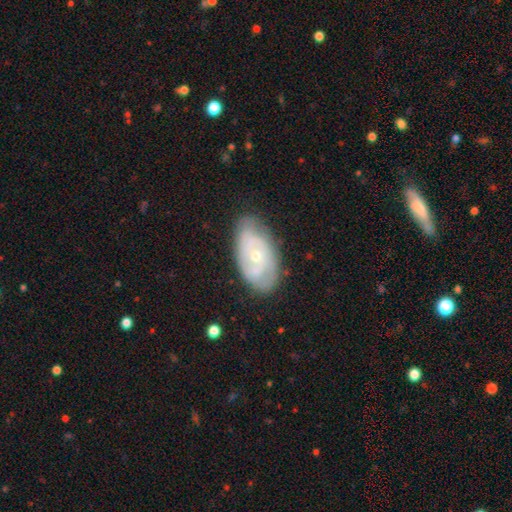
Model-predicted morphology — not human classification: This is likely a featured or disk galaxy (69%). It is clearly not viewed edge-on (94%). Bar: likely no (79%). Spiral arm pattern: likely yes (73%). Central bulge: likely small (60%). Merging: likely none (70%).